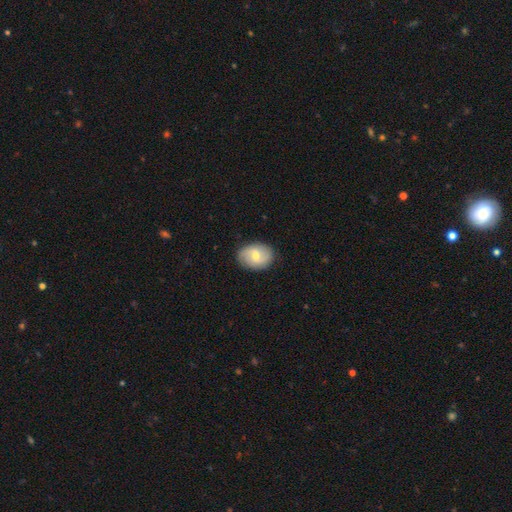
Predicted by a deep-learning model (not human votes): Smooth or featured? Predicted: smooth (p=0.50). Merging? Predicted: none (p=0.84).